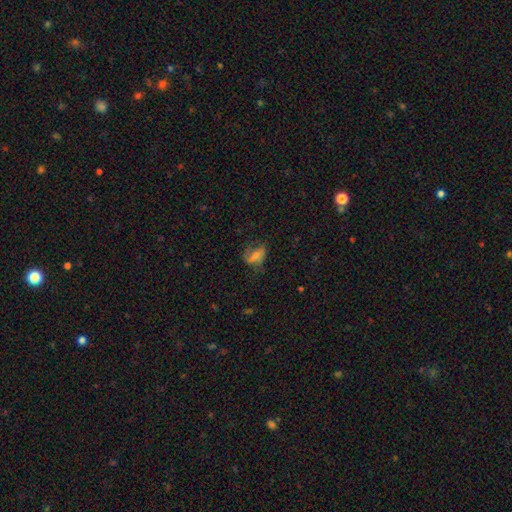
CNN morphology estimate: Smooth or featured? smooth (47%)
Merging? none (58%)